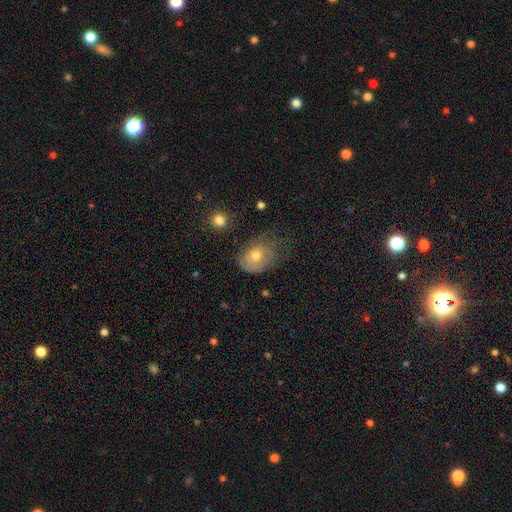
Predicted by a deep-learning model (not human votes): This is possibly a smooth galaxy (47%). Merging: possibly none (46%).